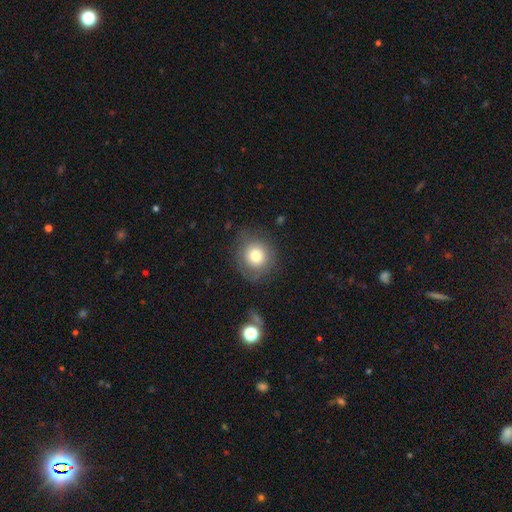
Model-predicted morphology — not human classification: smooth 75%, featured or disk 15%, star or artifact 10%. Down the decision tree: how rounded — round (87%); merging — none (78%).